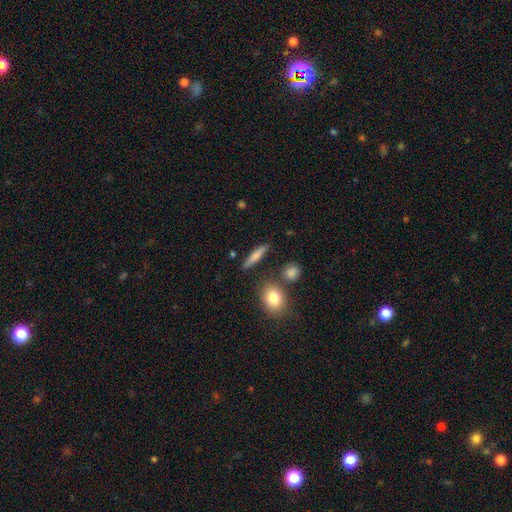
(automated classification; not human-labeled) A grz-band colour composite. It shows a smooth galaxy with no disk features (72%) that is cigar-shaped (80%). Merging: none (84%).